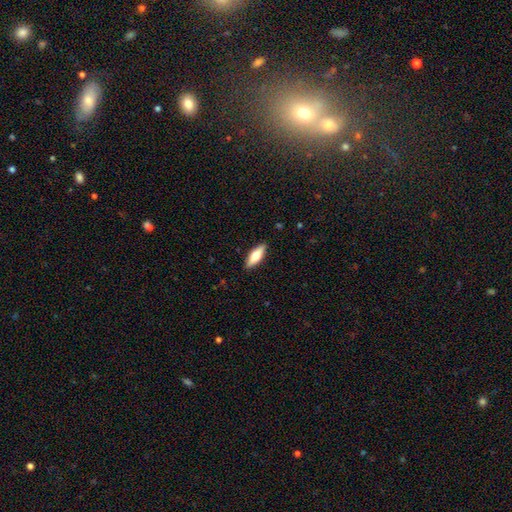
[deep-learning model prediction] smooth-or-featured: smooth: 62% | featured or disk: 33% | star or artifact: 6%
  how-rounded: in between: 59% | cigar-shaped: 38% | round: 2%
  merging: none: 89% | minor disturbance: 8% | major disturbance: 2% | merger: 1%